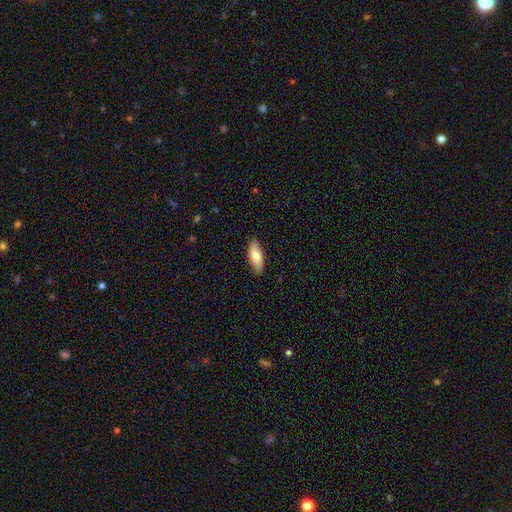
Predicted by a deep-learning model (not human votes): Overall: smooth (77%). How rounded: in between (78%). Merging: none (88%).